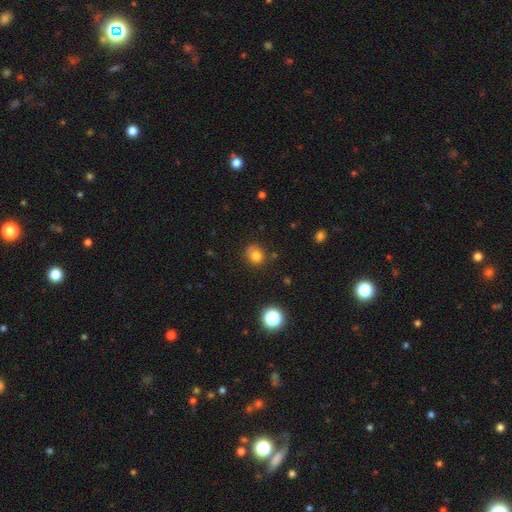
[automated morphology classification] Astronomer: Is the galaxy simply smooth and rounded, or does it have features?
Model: smooth — 78%.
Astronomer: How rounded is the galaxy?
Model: round — 77%.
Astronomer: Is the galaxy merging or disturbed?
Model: none — 71%.